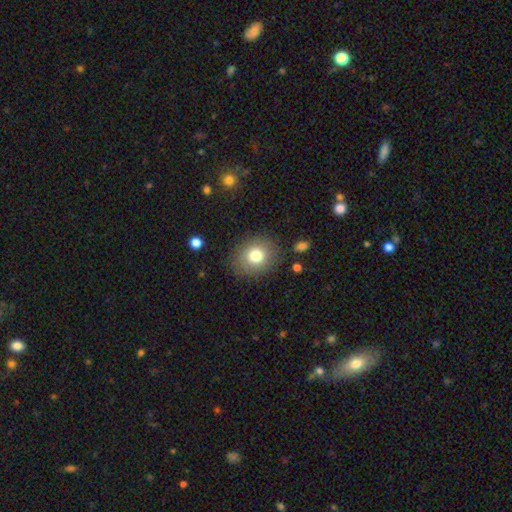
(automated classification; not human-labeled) Q: Smooth or featured?
A: smooth (78%); runner-up: featured or disk (12%)
Q: How rounded?
A: round (70%); runner-up: in between (29%)
Q: Merging?
A: none (83%); runner-up: minor disturbance (11%)